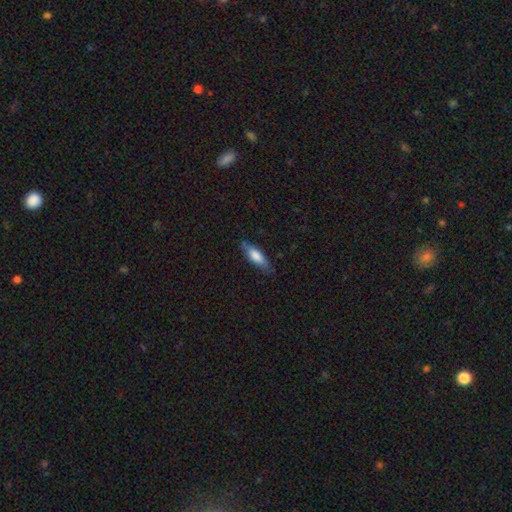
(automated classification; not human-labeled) Smooth or featured? Predicted: smooth (p=0.73). How rounded? Predicted: in between (p=0.57). Merging? Predicted: none (p=0.75).